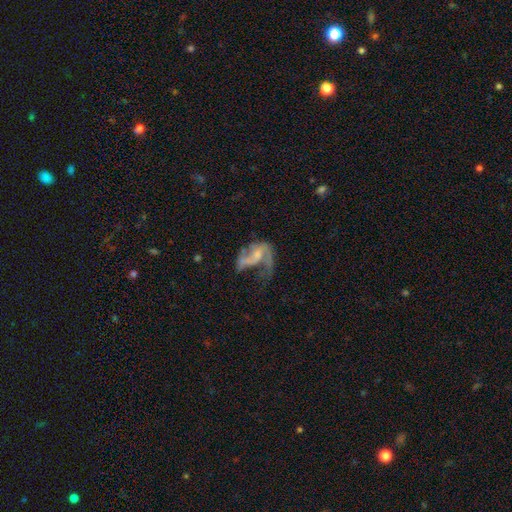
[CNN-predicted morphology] Smooth or featured: featured or disk — 72% (smooth — 19%)
Edge-on disk: no — 97% (yes — 3%)
Bar: no — 61% (weak — 31%)
Spiral arms: yes — 75% (no — 25%)
Spiral winding: loose — 67% (medium — 26%)
Spiral arm count: 2 — 55% (1 — 30%)
Bulge size: small — 42% (none — 27%)
Merging: major disturbance — 51% (none — 25%)